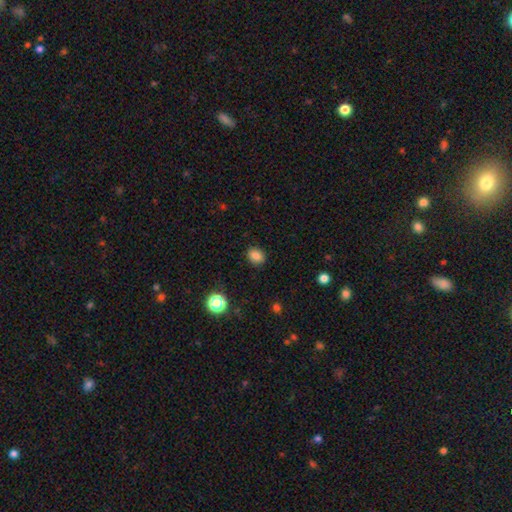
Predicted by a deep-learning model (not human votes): Smooth or featured?
  - smooth: 83% *
  - star or artifact: 11%
  - featured or disk: 6%
How rounded?
  - round: 53% *
  - in between: 46%
  - cigar-shaped: 1%
Merging?
  - none: 88% *
  - minor disturbance: 8%
  - major disturbance: 2%
  - merger: 1%